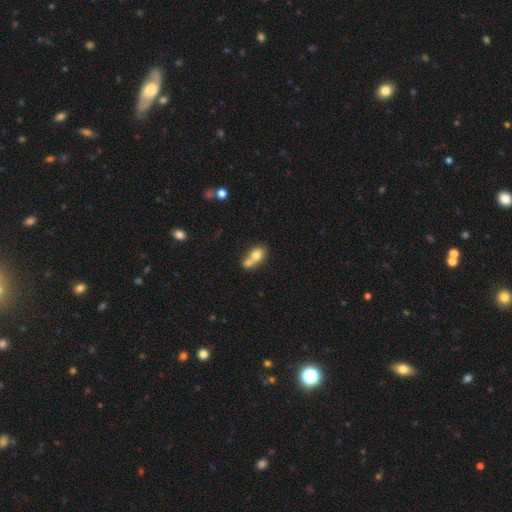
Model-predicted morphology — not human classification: Smooth or featured? smooth (72%)
How rounded? in between (67%)
Merging? merger (63%)